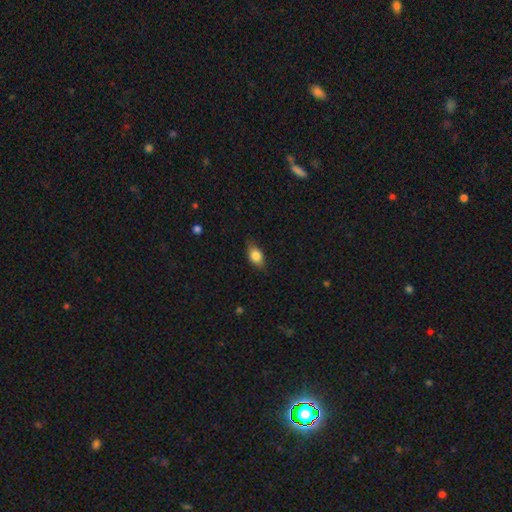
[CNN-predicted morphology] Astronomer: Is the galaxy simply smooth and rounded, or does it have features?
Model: smooth — 80%.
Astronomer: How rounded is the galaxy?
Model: in between — 80%.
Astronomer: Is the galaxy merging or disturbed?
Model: none — 77%.